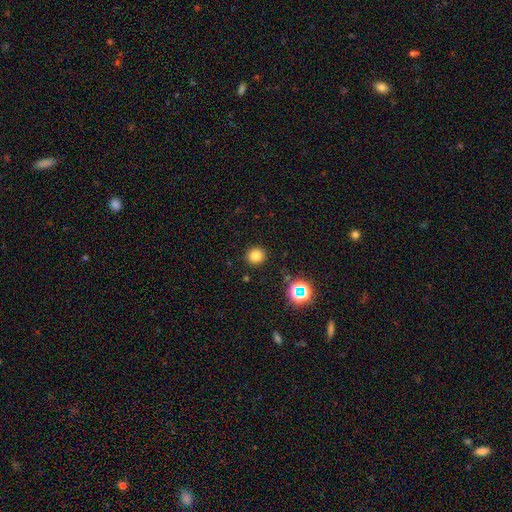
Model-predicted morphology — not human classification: Smooth or featured?
  - smooth: 79% *
  - star or artifact: 16%
  - featured or disk: 5%
How rounded?
  - round: 90% *
  - in between: 9%
  - cigar-shaped: 1%
Merging?
  - none: 89% *
  - minor disturbance: 7%
  - major disturbance: 3%
  - merger: 2%